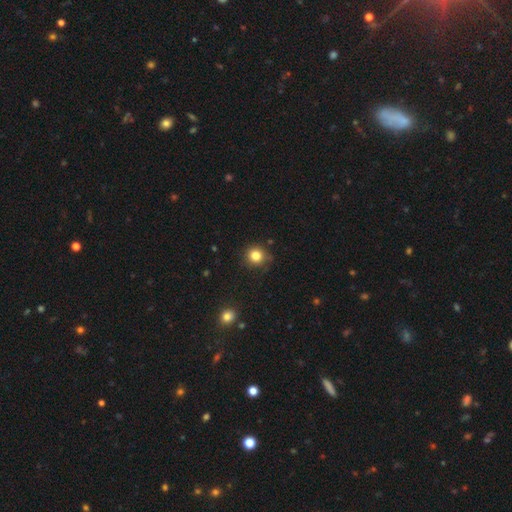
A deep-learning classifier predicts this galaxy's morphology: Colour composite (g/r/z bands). It shows a smooth galaxy with no disk features (82%) that is round (91%). Merging: none (81%).